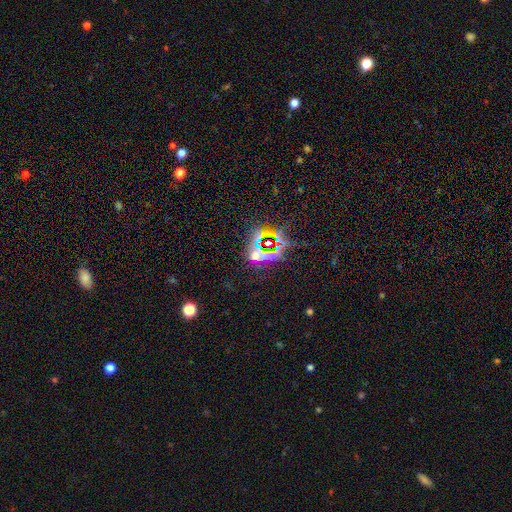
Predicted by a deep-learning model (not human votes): Smooth or featured?
  - star or artifact: 73% *
  - smooth: 16%
  - featured or disk: 11%